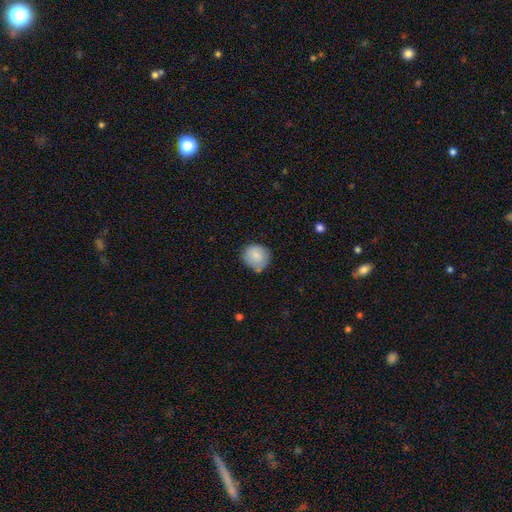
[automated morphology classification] Smooth or featured?
  - smooth: 81% *
  - featured or disk: 12%
  - star or artifact: 7%
How rounded?
  - round: 84% *
  - in between: 16%
  - cigar-shaped: 1%
Merging?
  - none: 63% *
  - minor disturbance: 27%
  - major disturbance: 6%
  - merger: 4%